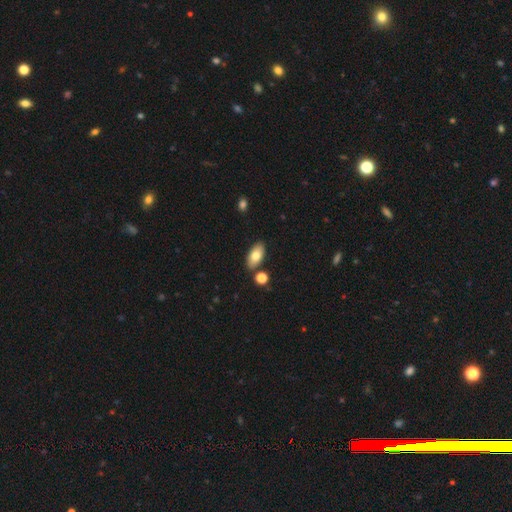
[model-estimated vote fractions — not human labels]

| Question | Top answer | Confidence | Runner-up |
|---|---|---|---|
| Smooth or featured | smooth | 77% | featured or disk (15%) |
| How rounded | in between | 92% | cigar-shaped (5%) |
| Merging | none | 82% | minor disturbance (10%) |